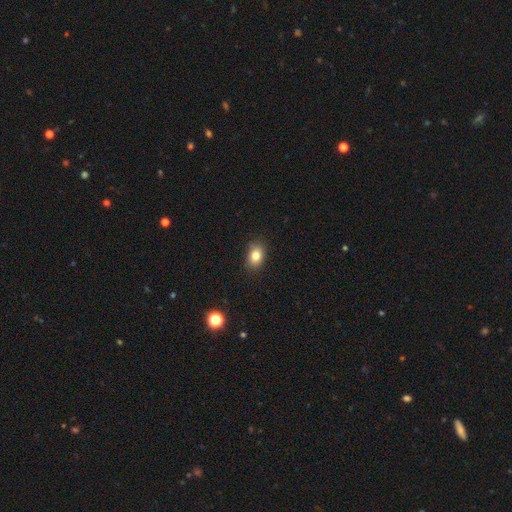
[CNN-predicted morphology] Overall: smooth (82%). How rounded: in between (75%). Merging: none (87%).